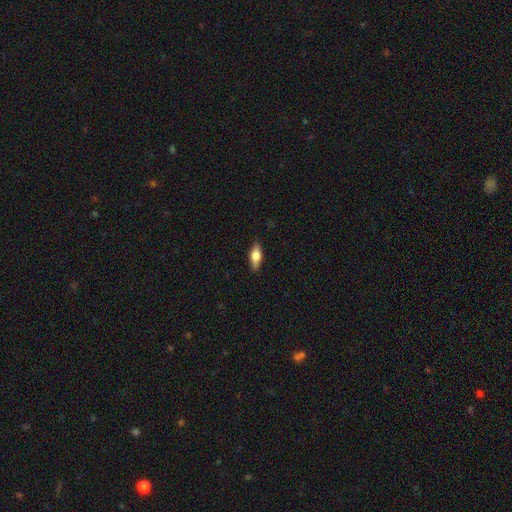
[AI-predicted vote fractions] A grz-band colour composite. It shows a smooth galaxy with no disk features (56%) that is in between round and cigar-shaped (65%). Merging: none (87%).